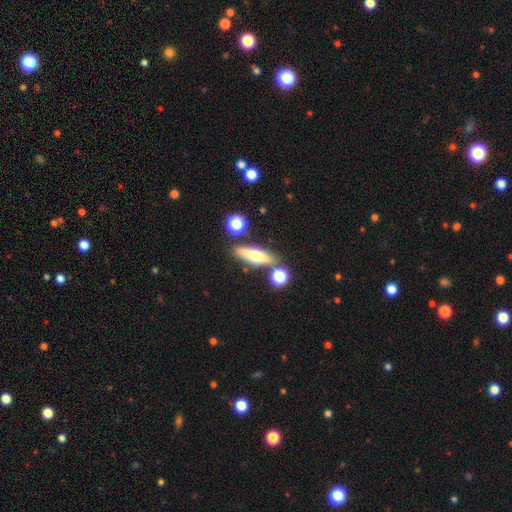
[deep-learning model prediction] A smooth galaxy with no disk features (56%) that is cigar-shaped (48%). Merging: none (77%).